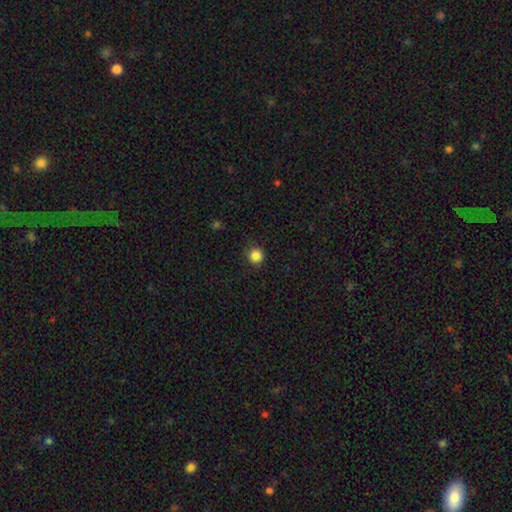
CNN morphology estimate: The model was most divided on "smooth or featured": smooth: 86%, star or artifact: 11%, featured or disk: 3%. More confident: how rounded — round (94%); merging — none (90%).